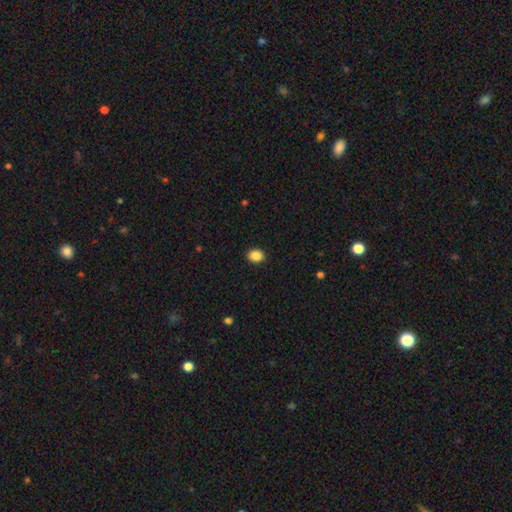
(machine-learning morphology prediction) The model was most divided on "how rounded": in between: 50%, round: 49%, cigar-shaped: 1%. More confident: merging — none (91%); smooth or featured — smooth (88%).